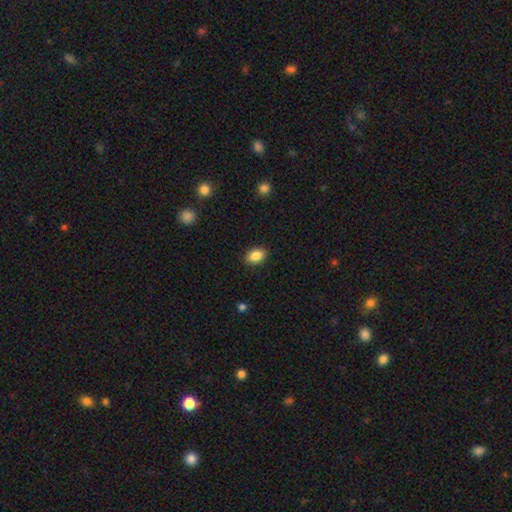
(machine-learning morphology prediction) smooth-or-featured: smooth: 87% | star or artifact: 8% | featured or disk: 5%
  how-rounded: in between: 84% | round: 14% | cigar-shaped: 2%
  merging: none: 88% | minor disturbance: 9% | major disturbance: 2% | merger: 1%